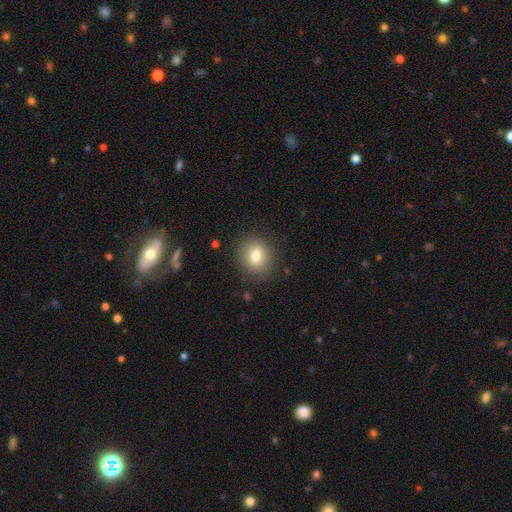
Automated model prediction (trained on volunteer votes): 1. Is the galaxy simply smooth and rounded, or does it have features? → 76% smooth, 14% featured or disk, 10% star or artifact.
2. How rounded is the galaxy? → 71% round, 28% in between, 1% cigar-shaped.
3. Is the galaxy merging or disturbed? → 86% none, 10% minor disturbance, 3% major disturbance, 1% merger.